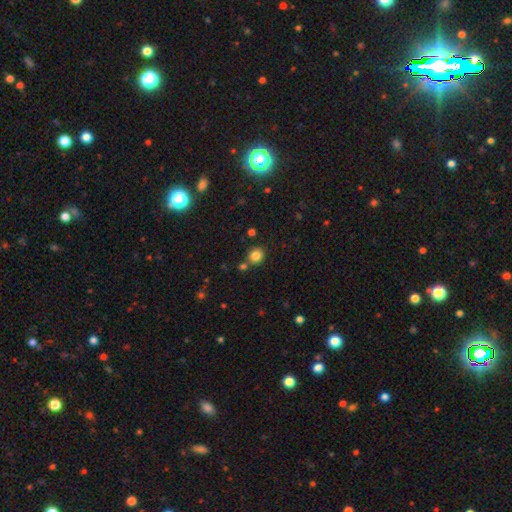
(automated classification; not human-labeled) smooth 83%, star or artifact 12%, featured or disk 5%. Down the decision tree: how rounded — round (88%); merging — none (79%).